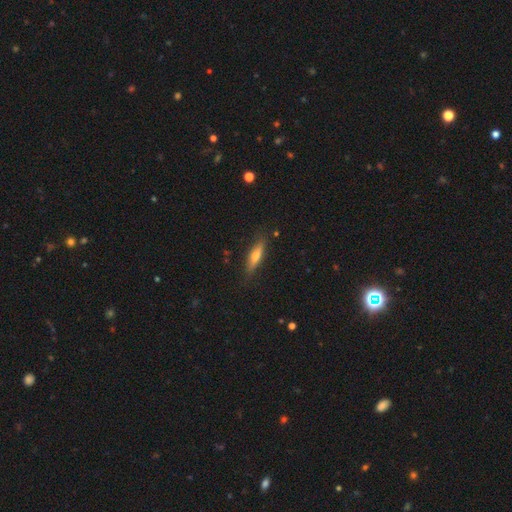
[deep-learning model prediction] smooth-or-featured: smooth: 49% | featured or disk: 43% | star or artifact: 8%
  merging: none: 84% | minor disturbance: 12% | major disturbance: 2% | merger: 1%